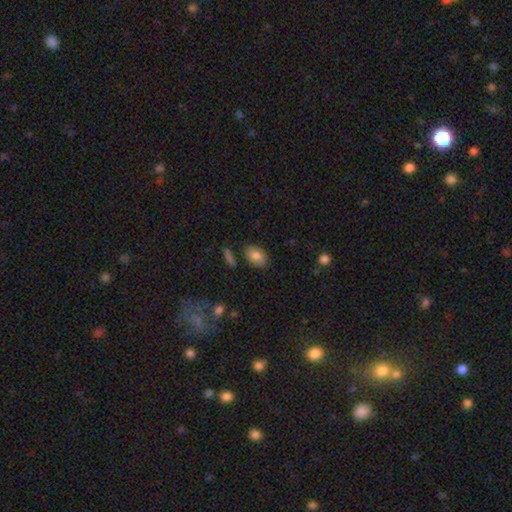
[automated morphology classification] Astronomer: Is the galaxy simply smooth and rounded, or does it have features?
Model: smooth — 83%.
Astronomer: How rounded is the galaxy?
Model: in between — 87%.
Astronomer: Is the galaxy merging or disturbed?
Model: none — 82%.